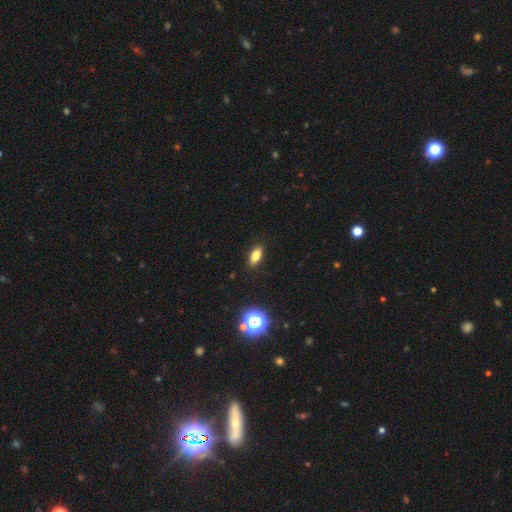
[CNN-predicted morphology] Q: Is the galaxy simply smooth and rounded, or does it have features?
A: smooth — 76%.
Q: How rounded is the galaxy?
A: in between — 76%.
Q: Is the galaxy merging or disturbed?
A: none — 89%.